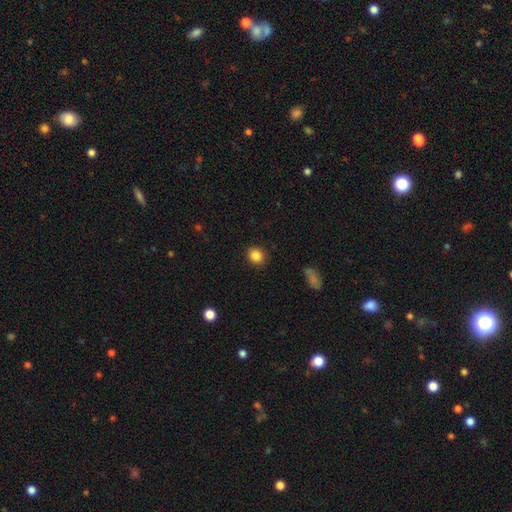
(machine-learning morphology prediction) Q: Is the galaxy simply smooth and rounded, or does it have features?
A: smooth — 85%.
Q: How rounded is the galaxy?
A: round — 82%.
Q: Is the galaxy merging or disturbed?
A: none — 90%.